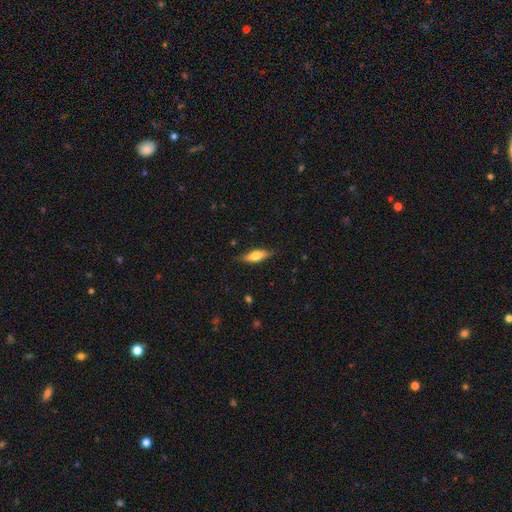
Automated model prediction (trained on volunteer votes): smooth 64%, featured or disk 30%, star or artifact 6%. Down the decision tree: how rounded — in between (59%); merging — none (83%).